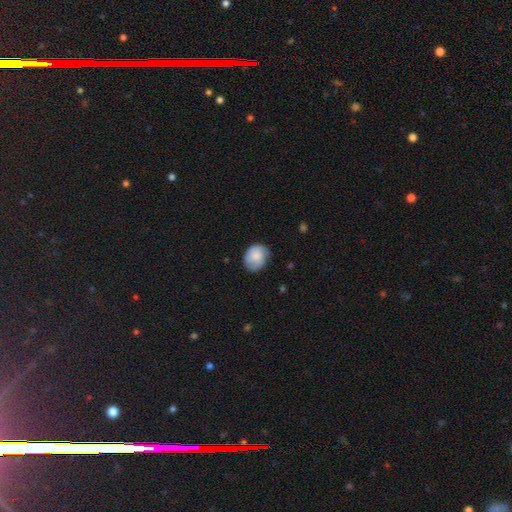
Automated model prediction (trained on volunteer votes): A smooth galaxy with no disk features (68%) that is round (53%). Merging: none (66%).